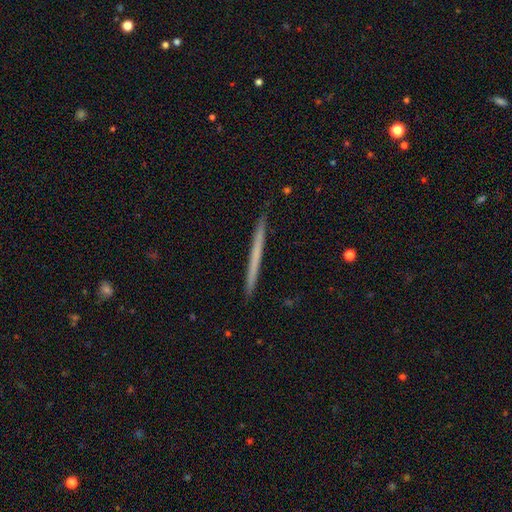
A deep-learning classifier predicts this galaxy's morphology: This is possibly a smooth galaxy (52%). How rounded: clearly cigar-shaped (97%). Merging: clearly none (92%).